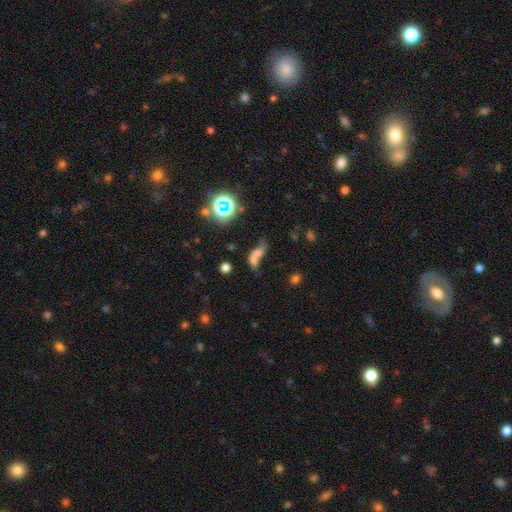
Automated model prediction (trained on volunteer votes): Smooth or featured?
  - smooth: 51% *
  - featured or disk: 26%
  - star or artifact: 23%
How rounded?
  - in between: 60% *
  - round: 24%
  - cigar-shaped: 16%
Merging?
  - merger: 58% *
  - none: 20%
  - major disturbance: 12%
  - minor disturbance: 9%